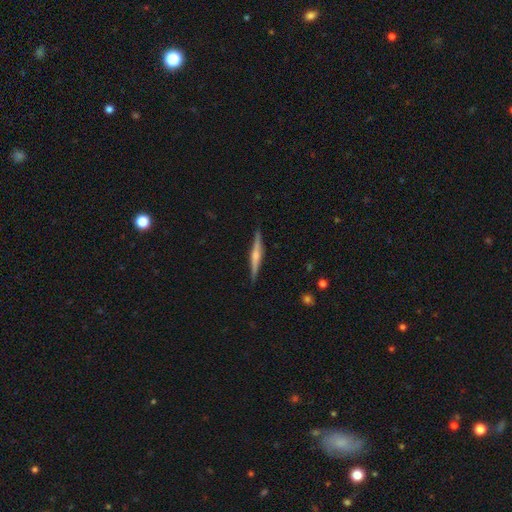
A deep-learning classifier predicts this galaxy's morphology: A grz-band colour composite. It shows a featured or disk galaxy (70%) viewed edge-on (98%) with a rounded central bulge (74%). Merging: none (90%).